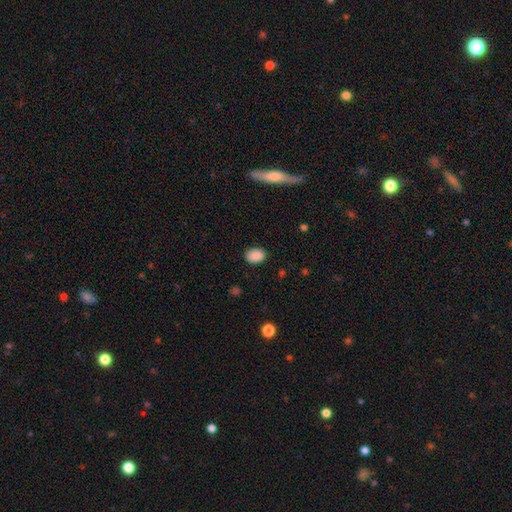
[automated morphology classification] The model was most divided on "how rounded": in between: 72%, round: 27%, cigar-shaped: 1%. More confident: smooth or featured — smooth (88%); merging — none (85%).